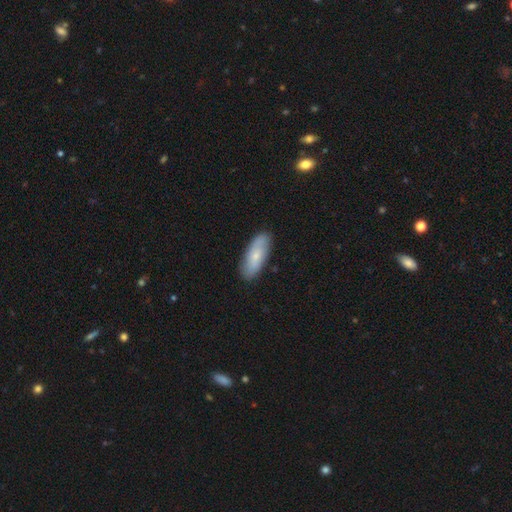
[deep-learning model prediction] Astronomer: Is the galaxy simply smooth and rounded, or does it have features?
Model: smooth — 66%.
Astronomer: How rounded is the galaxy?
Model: in between — 69%.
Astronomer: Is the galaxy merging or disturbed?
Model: none — 87%.